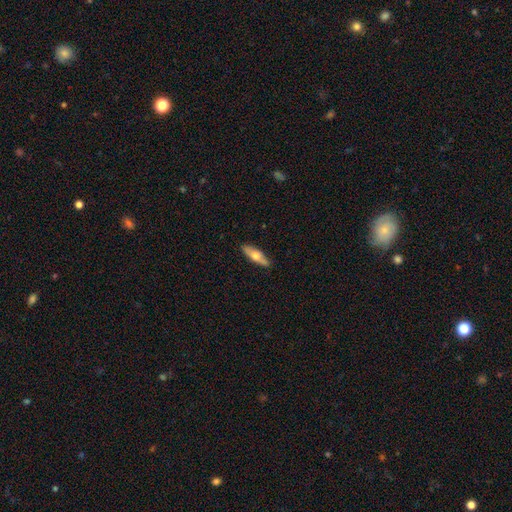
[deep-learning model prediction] This appears to be a smooth galaxy with no disk features (56%) that is in between round and cigar-shaped (52%). Merging: none (81%).